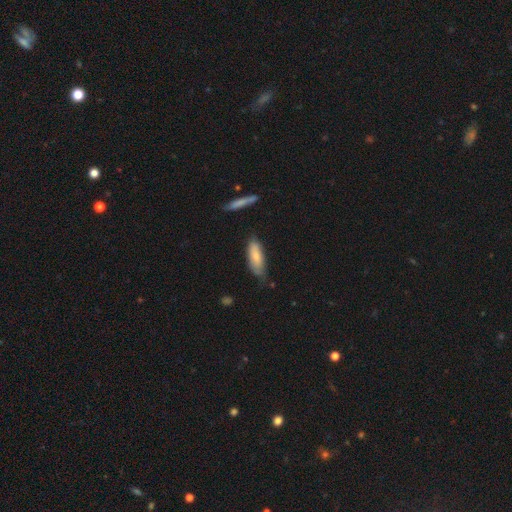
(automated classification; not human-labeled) This is likely a smooth galaxy (78%). How rounded: likely in between (65%). Merging: likely none (62%).